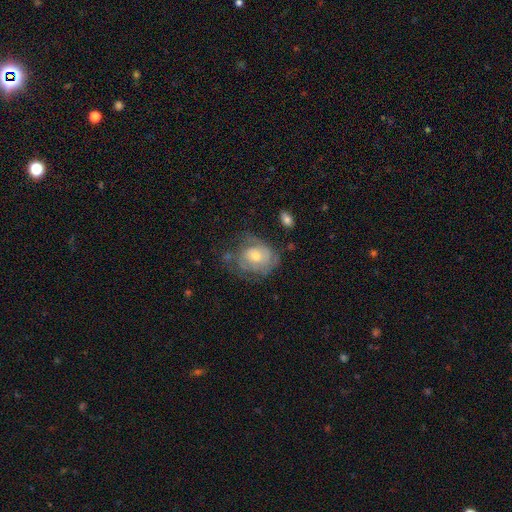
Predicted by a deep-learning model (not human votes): The model was most divided on "spiral arm count": can't tell: 47%, 2: 26%, 3: 12%, 1: 8%, 4: 4%, more than 4: 3%. More confident: edge-on disk — no (97%); spiral arms — yes (80%); bar — no (75%); smooth or featured — featured or disk (69%); spiral winding — tight (60%); bulge size — moderate (58%); merging — none (53%).